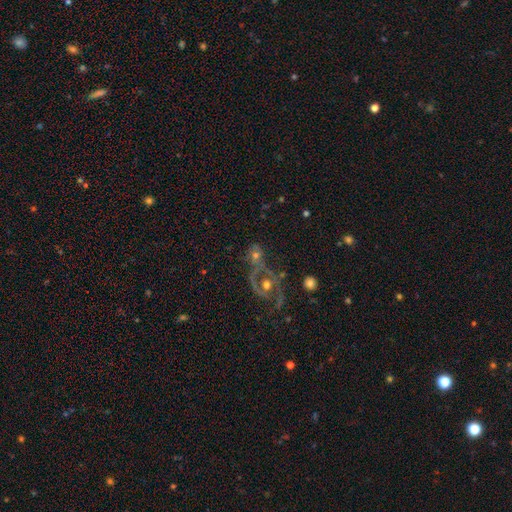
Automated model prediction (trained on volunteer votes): The model was most divided on "merging": merger: 43%, none: 30%, major disturbance: 15%, minor disturbance: 11%. More confident: edge-on disk — no (95%); bar — no (71%); spiral arms — yes (70%); bulge size — moderate (62%); smooth or featured — featured or disk (61%).